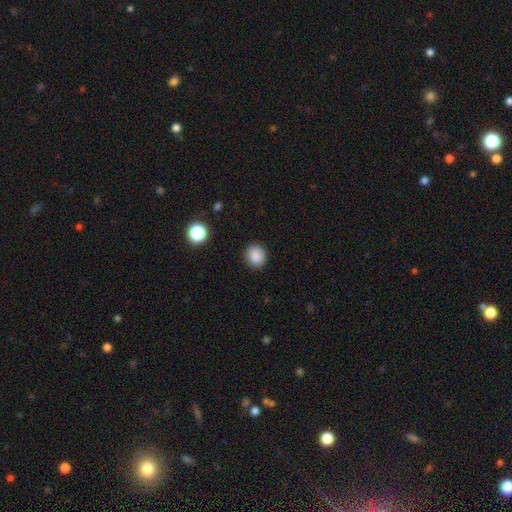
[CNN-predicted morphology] smooth_or_featured: smooth (p=0.87) [alt: star or artifact p=0.10]
how_rounded: round (p=0.79) [alt: in between p=0.20]
merging: none (p=0.90) [alt: minor disturbance p=0.07]